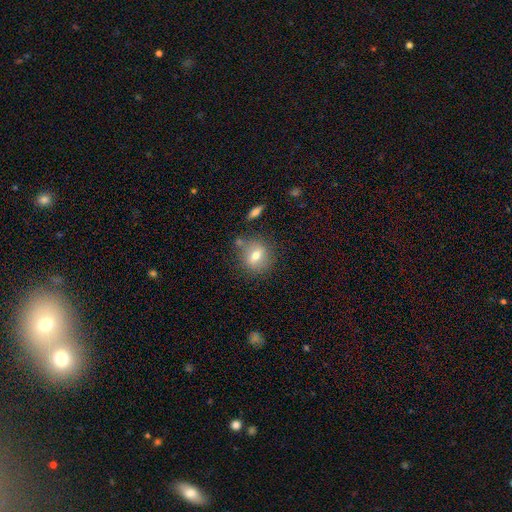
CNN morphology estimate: Overall: smooth (66%). How rounded: round (72%). Merging: none (75%).